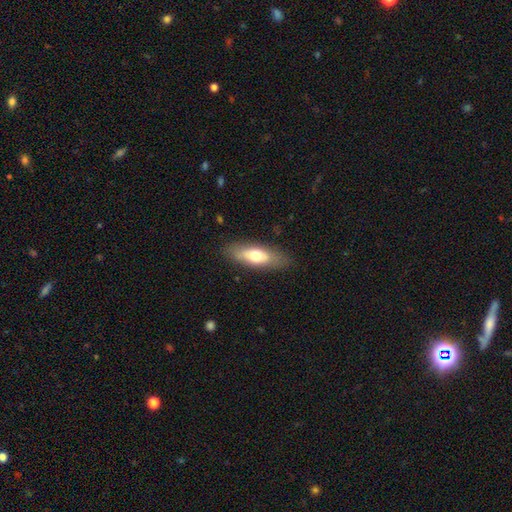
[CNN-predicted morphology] smooth-or-featured: smooth: 60% | featured or disk: 34% | star or artifact: 6%
  how-rounded: in between: 64% | cigar-shaped: 33% | round: 3%
  merging: none: 82% | minor disturbance: 13% | major disturbance: 4% | merger: 1%